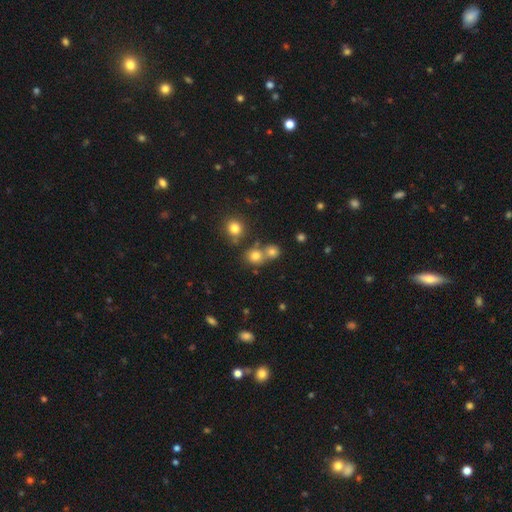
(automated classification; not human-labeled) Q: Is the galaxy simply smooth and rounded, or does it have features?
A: smooth — 76%.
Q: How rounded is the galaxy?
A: round — 84%.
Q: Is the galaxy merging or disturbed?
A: none — 57%.